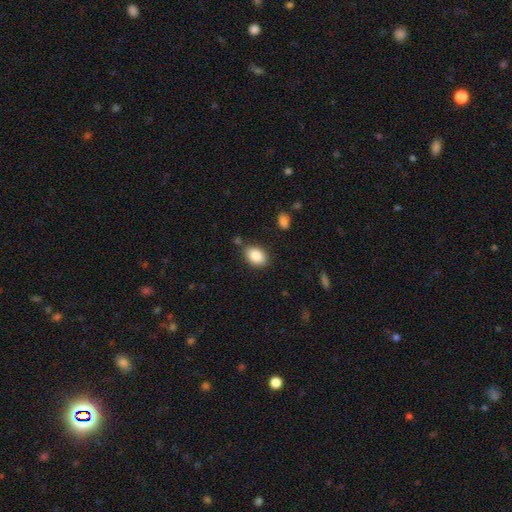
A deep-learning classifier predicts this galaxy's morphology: Smooth or featured? smooth (87%)
How rounded? in between (84%)
Merging? none (80%)